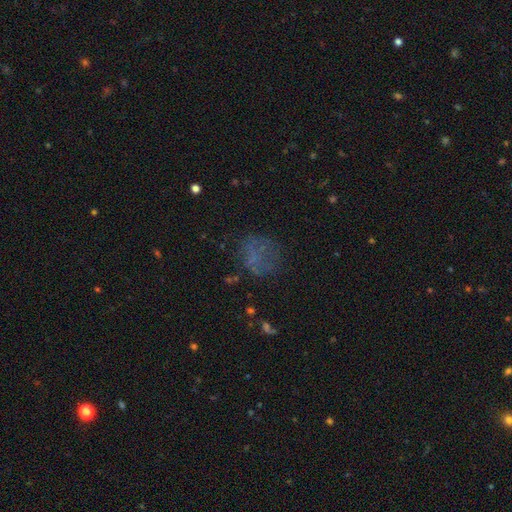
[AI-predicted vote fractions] Morphology: type=smooth (45%); merging=none (58%).